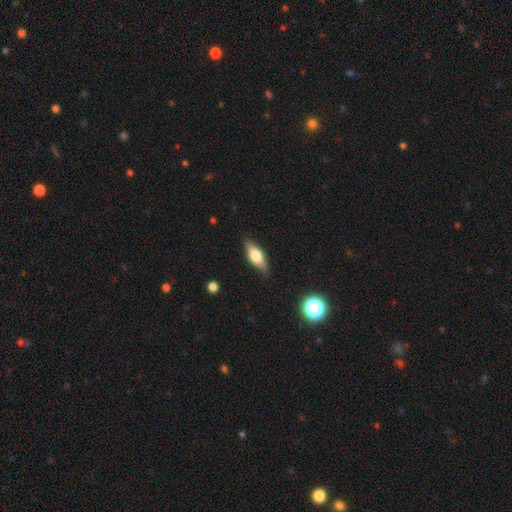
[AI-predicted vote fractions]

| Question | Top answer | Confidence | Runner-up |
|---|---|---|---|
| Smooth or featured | smooth | 60% | featured or disk (33%) |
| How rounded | in between | 67% | cigar-shaped (29%) |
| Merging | none | 85% | minor disturbance (11%) |